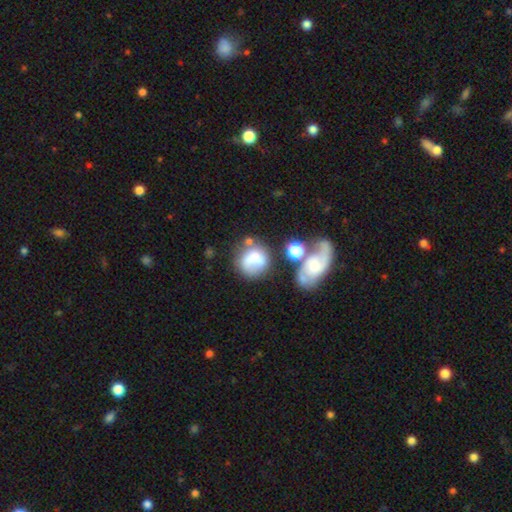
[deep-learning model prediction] A smooth galaxy with no disk features (60%) that is round (73%). Merging: none (38%).